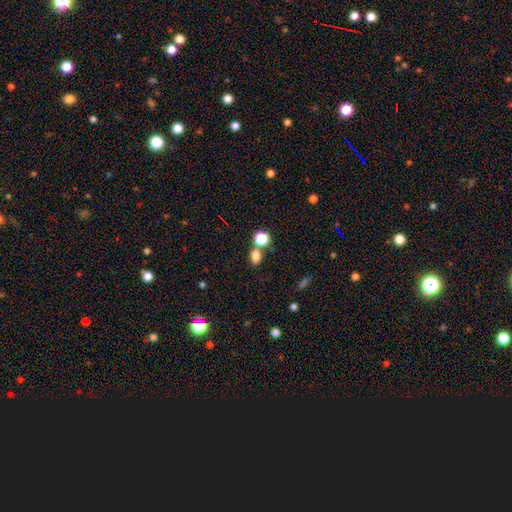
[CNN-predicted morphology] smooth 79%, star or artifact 15%, featured or disk 7%. Down the decision tree: how rounded — in between (59%); merging — none (61%).